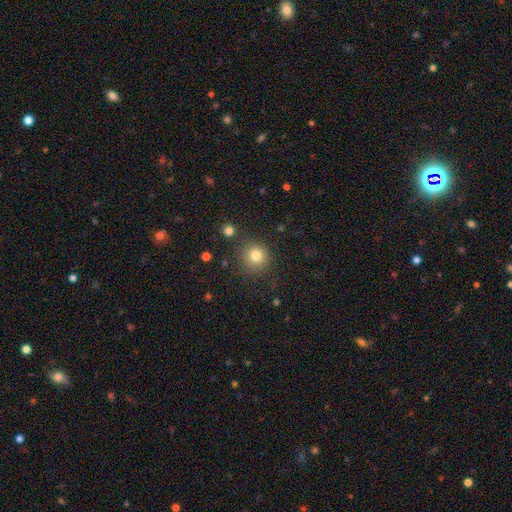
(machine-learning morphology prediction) smooth 81%, star or artifact 13%, featured or disk 7%. Down the decision tree: how rounded — round (92%); merging — none (84%).